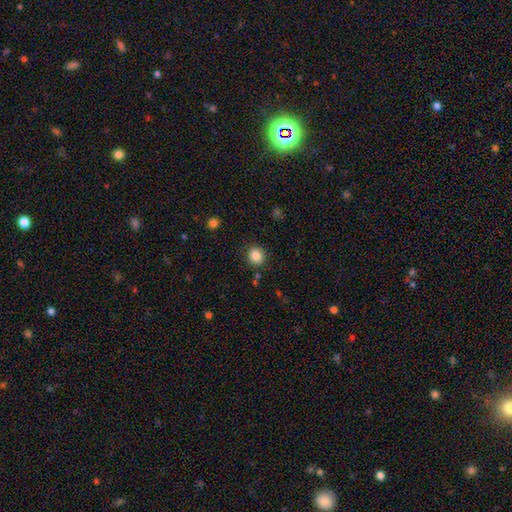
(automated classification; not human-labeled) Overall: smooth (85%). How rounded: round (84%). Merging: none (88%).